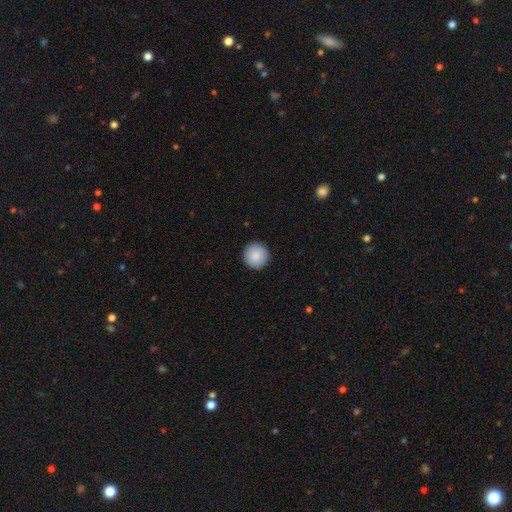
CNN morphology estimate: smooth_or_featured: smooth (p=0.90) [alt: star or artifact p=0.06]
how_rounded: round (p=0.96) [alt: in between p=0.03]
merging: none (p=0.92) [alt: minor disturbance p=0.05]